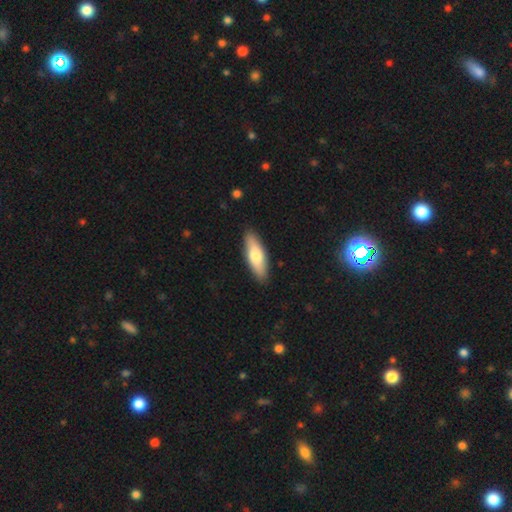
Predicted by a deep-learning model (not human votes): A smooth galaxy with no disk features (71%) that is in between round and cigar-shaped (55%).

Vote fractions:
- Smooth or featured? smooth: 71% / featured or disk: 25% / star or artifact: 5%
- How rounded? in between: 55% / cigar-shaped: 43% / round: 2%
- Merging? none: 90% / minor disturbance: 8% / major disturbance: 2% / merger: 1%